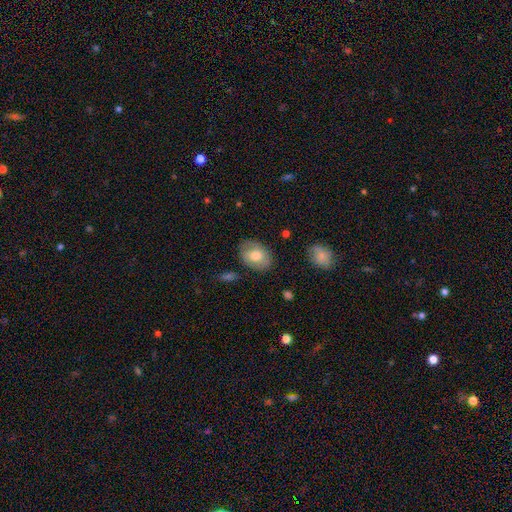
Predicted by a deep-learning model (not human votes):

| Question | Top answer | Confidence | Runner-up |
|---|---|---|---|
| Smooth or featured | smooth | 66% | featured or disk (27%) |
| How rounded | in between | 72% | round (27%) |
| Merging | none | 80% | minor disturbance (14%) |